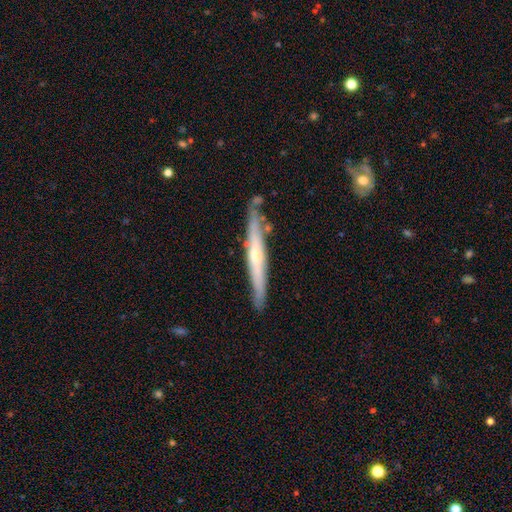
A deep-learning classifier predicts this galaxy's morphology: Smooth or featured? Predicted: featured or disk (p=0.65). Edge-on disk? Predicted: yes (p=0.91). Edge-on bulge? Predicted: rounded (p=0.64). Merging? Predicted: none (p=0.79).